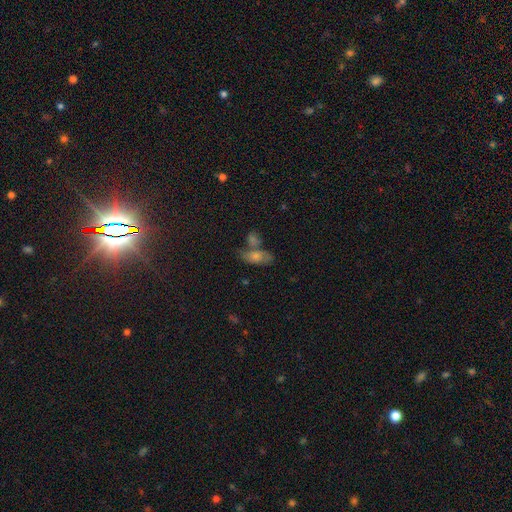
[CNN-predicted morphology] smooth 49%, featured or disk 32%, star or artifact 19%. Down the decision tree: merging — none (44%).